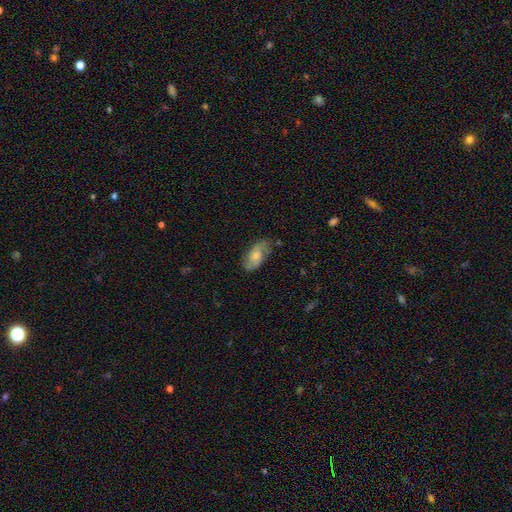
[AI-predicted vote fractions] This appears to be a smooth galaxy with no disk features (50%) that is in between round and cigar-shaped (91%). Merging: none (66%).